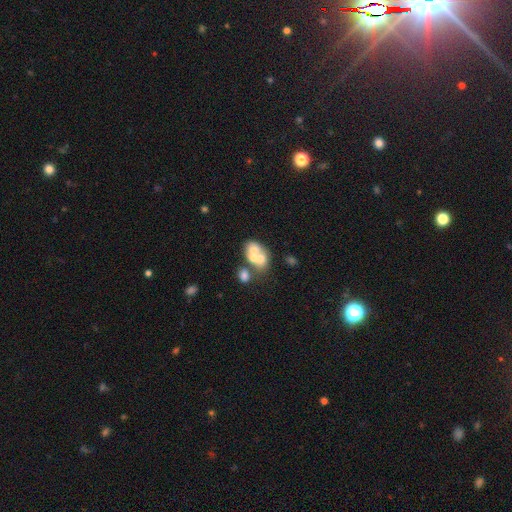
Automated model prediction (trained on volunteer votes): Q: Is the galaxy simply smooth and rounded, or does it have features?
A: smooth — 47%.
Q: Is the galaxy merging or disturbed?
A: merger — 64%.